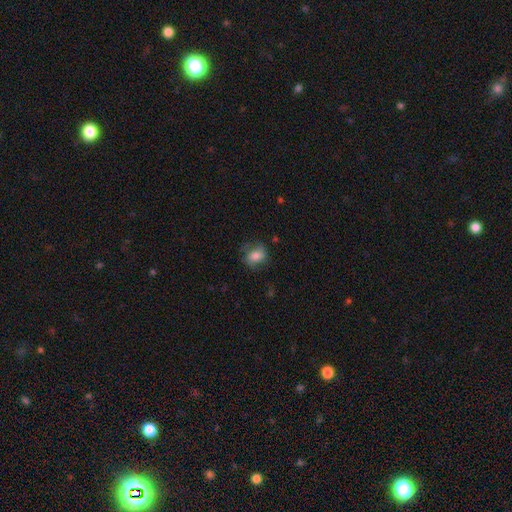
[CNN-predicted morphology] Smooth or featured?
  - smooth: 66% *
  - featured or disk: 25%
  - star or artifact: 9%
How rounded?
  - in between: 52% *
  - round: 47%
  - cigar-shaped: 2%
Merging?
  - none: 63% *
  - minor disturbance: 24%
  - major disturbance: 12%
  - merger: 1%